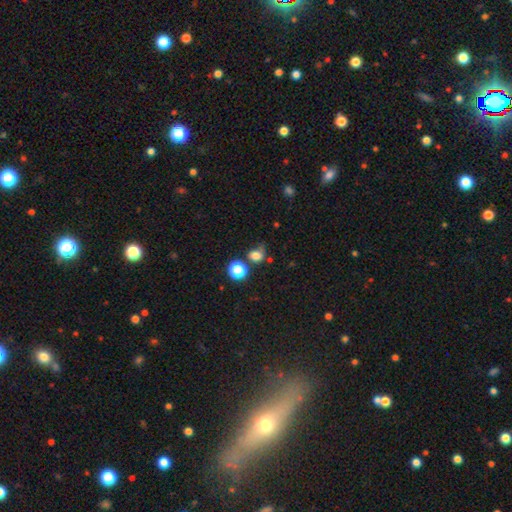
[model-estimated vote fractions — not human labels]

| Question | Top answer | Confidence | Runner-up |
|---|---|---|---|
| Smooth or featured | smooth | 76% | star or artifact (16%) |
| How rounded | round | 66% | in between (33%) |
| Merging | none | 46% | minor disturbance (25%) |